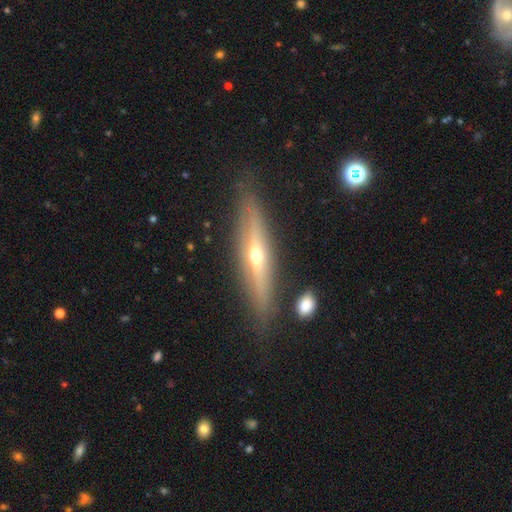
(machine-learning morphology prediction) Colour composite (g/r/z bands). It shows a featured or disk galaxy (67%) viewed edge-on (89%) with a rounded central bulge (88%). Merging: none (83%).